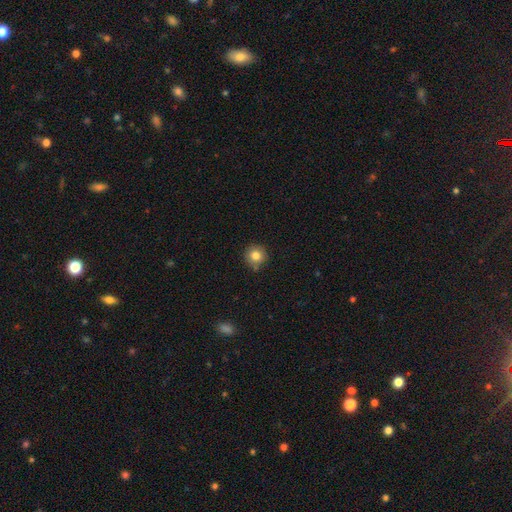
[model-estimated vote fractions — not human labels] Smooth or featured?
  - smooth: 82% *
  - star or artifact: 10%
  - featured or disk: 8%
How rounded?
  - round: 93% *
  - in between: 6%
  - cigar-shaped: 1%
Merging?
  - none: 83% *
  - minor disturbance: 11%
  - merger: 4%
  - major disturbance: 2%